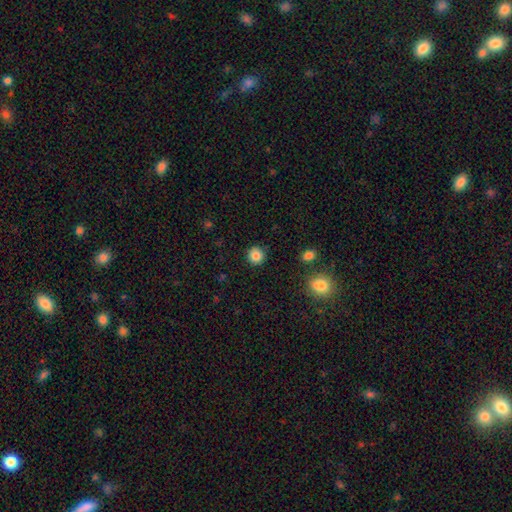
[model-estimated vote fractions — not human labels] Smooth or featured?
  - smooth: 85% *
  - star or artifact: 10%
  - featured or disk: 5%
How rounded?
  - round: 93% *
  - in between: 6%
  - cigar-shaped: 1%
Merging?
  - none: 91% *
  - minor disturbance: 6%
  - major disturbance: 2%
  - merger: 1%